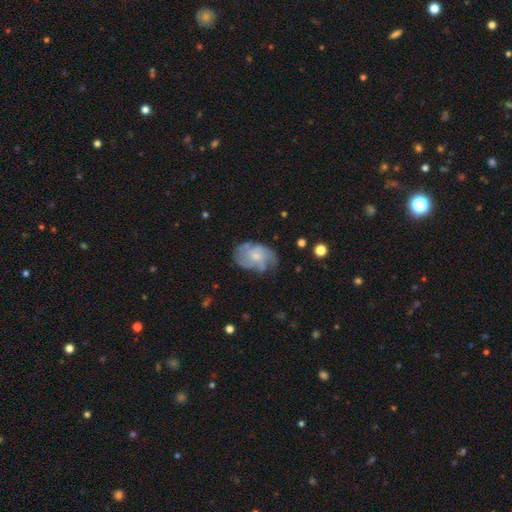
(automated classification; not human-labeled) Overall: featured or disk (64%; smooth 29%). Edge-on disk: no (97%). Bar: no (74%). Spiral arms: yes (81%). Bulge size: small (57%; moderate 31%). Merging: none (57%; minor disturbance 26%).